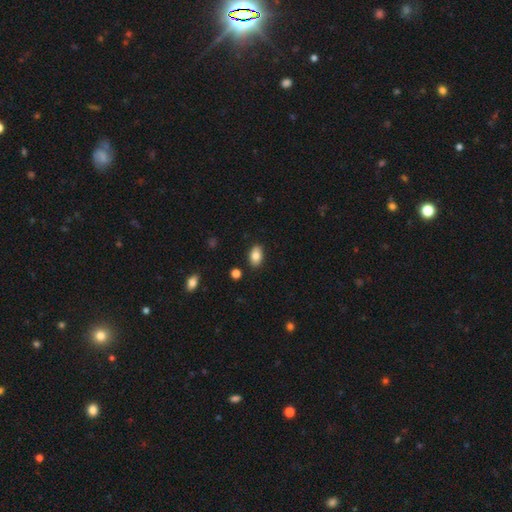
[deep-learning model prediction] Smooth or featured? Predicted: smooth (p=0.82). How rounded? Predicted: in between (p=0.90). Merging? Predicted: none (p=0.87).